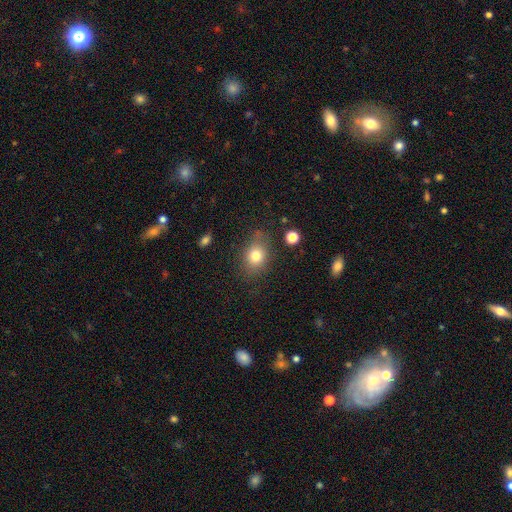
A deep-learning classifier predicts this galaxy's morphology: This is likely a smooth galaxy (78%). How rounded: likely in between (63%). Merging: likely none (74%).